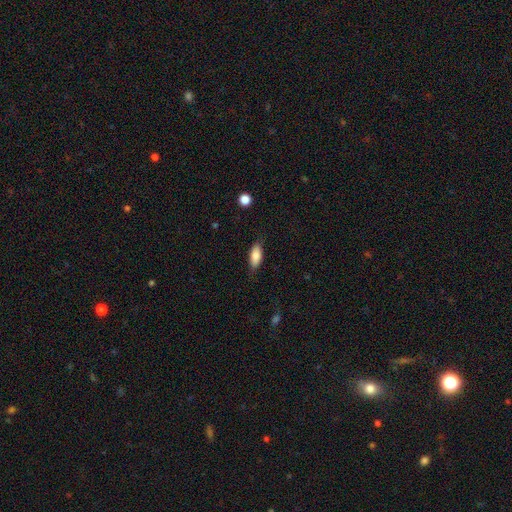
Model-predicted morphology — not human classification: This appears to be a smooth galaxy with no disk features (82%) that is in between round and cigar-shaped (83%). Merging: none (79%).